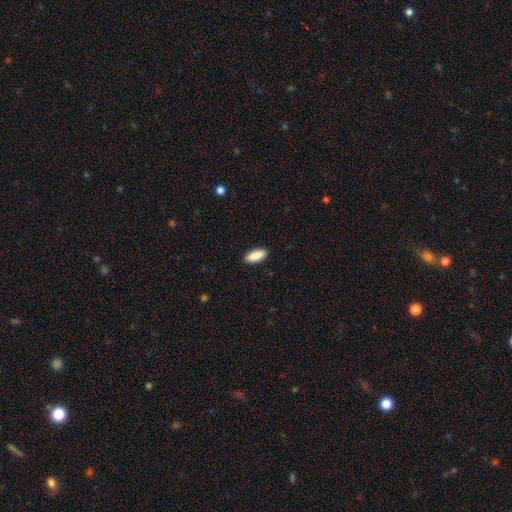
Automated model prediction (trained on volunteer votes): Overall: smooth (90%). How rounded: in between (80%). Merging: none (90%).